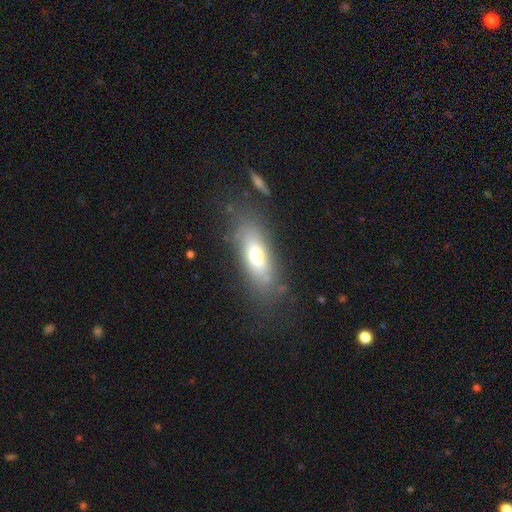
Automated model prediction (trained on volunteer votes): Overall: smooth (66%). How rounded: in between (66%; cigar-shaped 31%). Merging: none (72%).